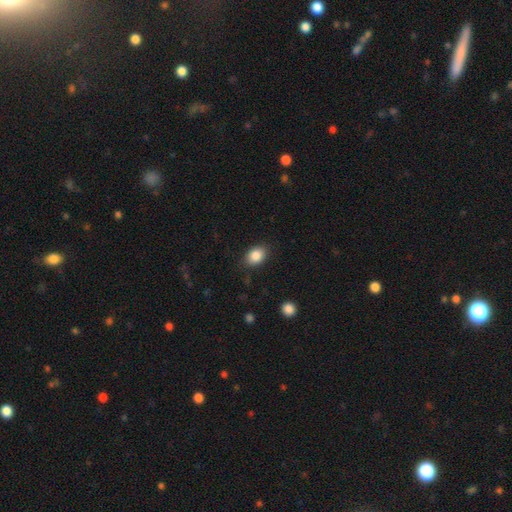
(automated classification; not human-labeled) smooth_or_featured: smooth (p=0.86) [alt: star or artifact p=0.08]
how_rounded: in between (p=0.73) [alt: round p=0.26]
merging: none (p=0.85) [alt: minor disturbance p=0.11]